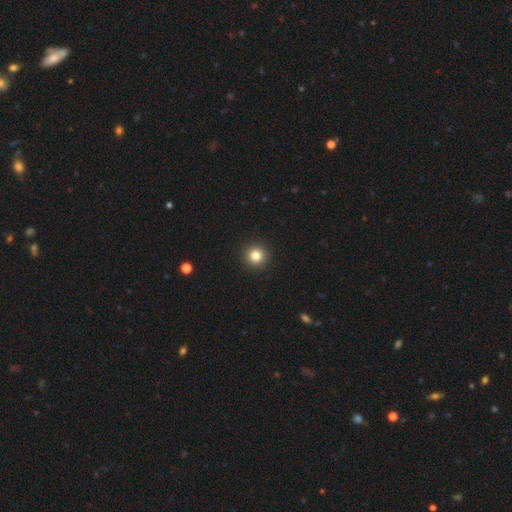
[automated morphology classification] Smooth or featured? Predicted: smooth (p=0.83). How rounded? Predicted: round (p=0.95). Merging? Predicted: none (p=0.93).